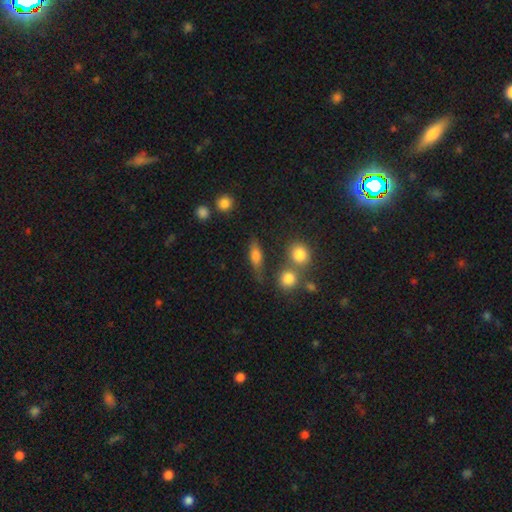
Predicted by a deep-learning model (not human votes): smooth-or-featured: smooth: 74% | featured or disk: 16% | star or artifact: 11%
  how-rounded: in between: 61% | cigar-shaped: 24% | round: 15%
  merging: none: 60% | minor disturbance: 18% | merger: 14% | major disturbance: 8%